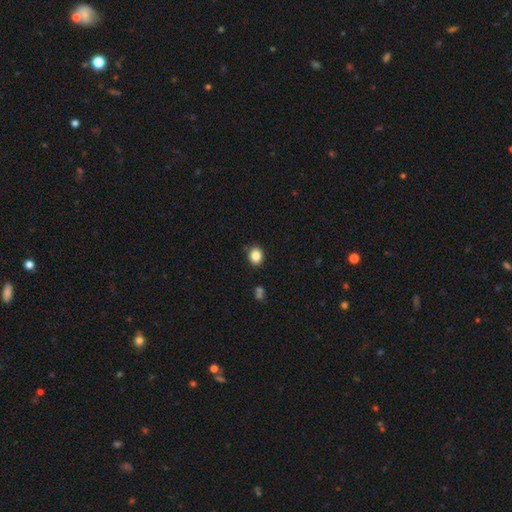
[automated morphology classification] A smooth galaxy with no disk features (85%) that is round (59%). Merging: none (86%).